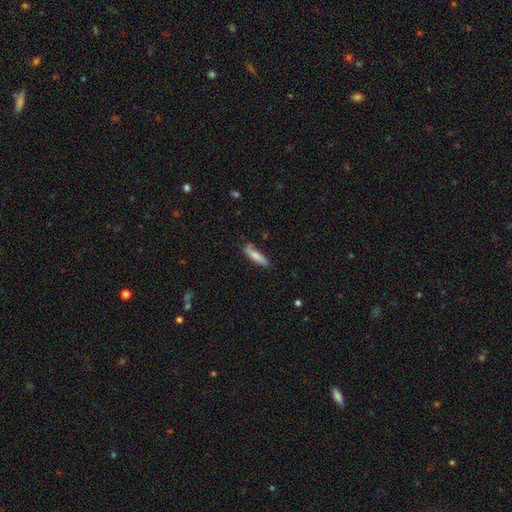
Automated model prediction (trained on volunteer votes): This appears to be a smooth galaxy with no disk features (71%) that is cigar-shaped (77%). Merging: none (71%).